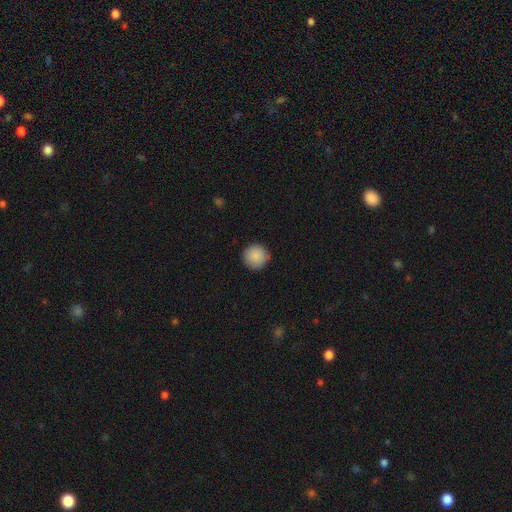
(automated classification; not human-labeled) This appears to be a smooth galaxy with no disk features (89%) that is round (96%). Merging: none (89%).